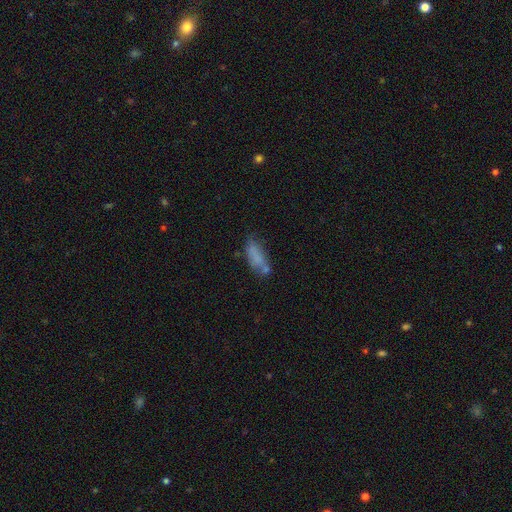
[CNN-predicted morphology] smooth-or-featured: smooth: 74% | featured or disk: 17% | star or artifact: 10%
  how-rounded: in between: 64% | cigar-shaped: 34% | round: 3%
  merging: none: 48% | minor disturbance: 24% | merger: 17% | major disturbance: 11%